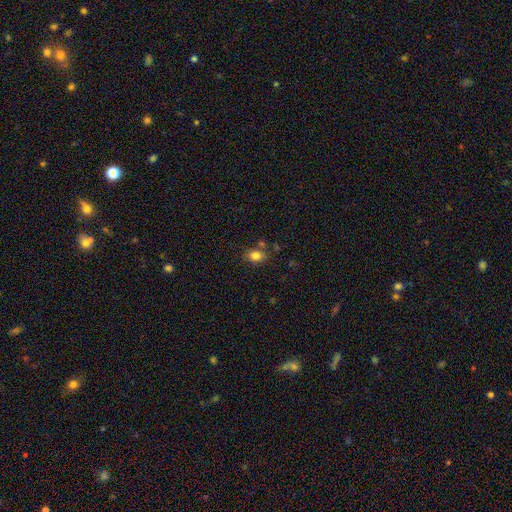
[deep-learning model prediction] A smooth galaxy with no disk features (82%) that is in between round and cigar-shaped (61%). Merging: none (72%).